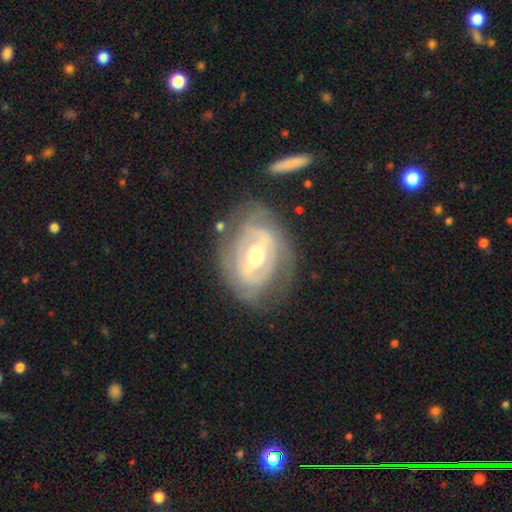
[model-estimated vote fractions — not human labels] Morphology: type=featured or disk (81%); edge-on=no (95%); bar=strong (46%); spiral arms=yes (65%); bulge=moderate (71%); merging=none (69%).